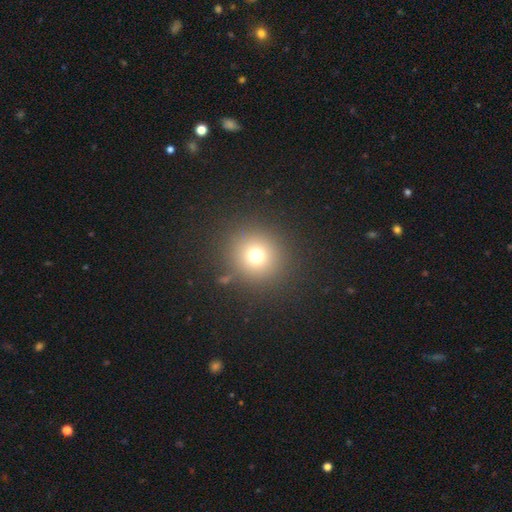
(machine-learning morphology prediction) Smooth or featured?
  - smooth: 72% *
  - star or artifact: 19%
  - featured or disk: 9%
How rounded?
  - round: 92% *
  - in between: 7%
  - cigar-shaped: 1%
Merging?
  - none: 87% *
  - minor disturbance: 7%
  - major disturbance: 4%
  - merger: 3%